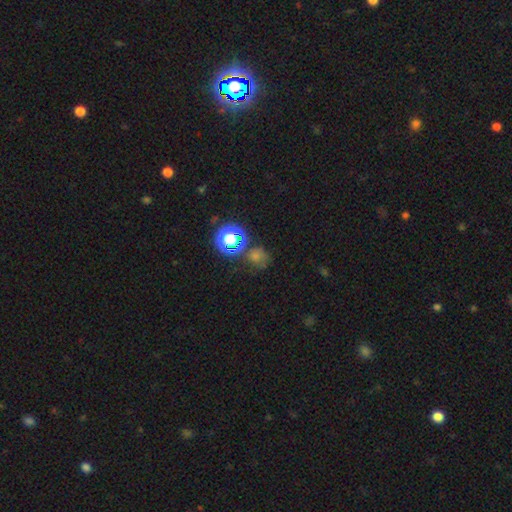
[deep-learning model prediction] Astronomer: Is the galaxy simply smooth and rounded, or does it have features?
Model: star or artifact — 49% (runner-up: smooth, 40%).